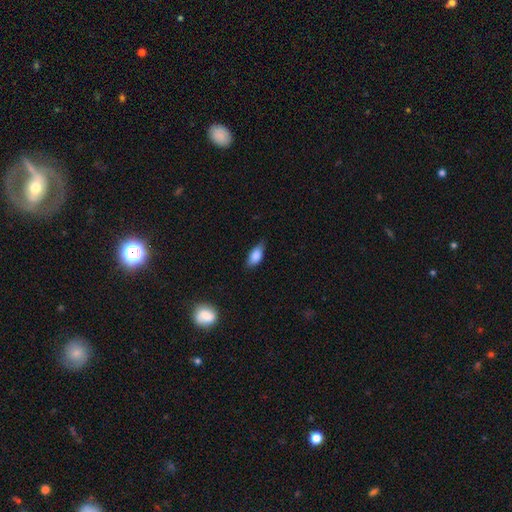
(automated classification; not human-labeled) Smooth or featured: smooth — 83% (featured or disk — 10%)
How rounded: in between — 84% (cigar-shaped — 13%)
Merging: none — 70% (minor disturbance — 25%)